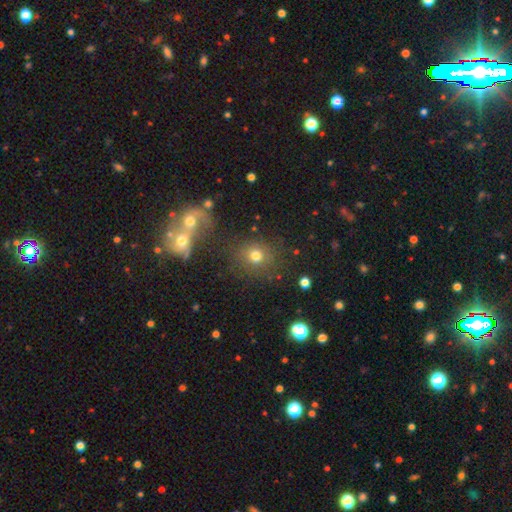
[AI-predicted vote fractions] A smooth galaxy with no disk features (71%) that is round (82%). Merging: none (73%).